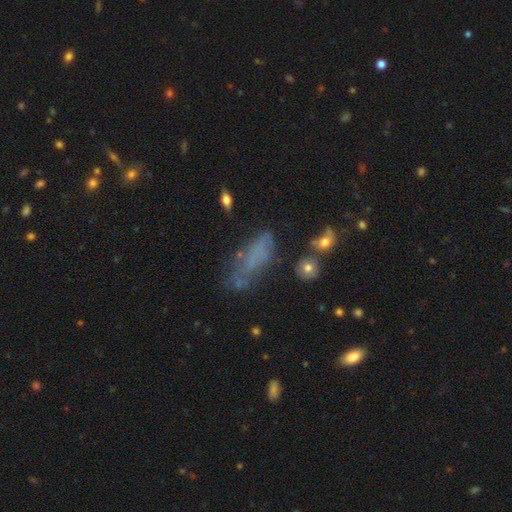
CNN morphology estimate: Smooth or featured? smooth (50%)
How rounded? in between (62%)
Merging? none (43%)